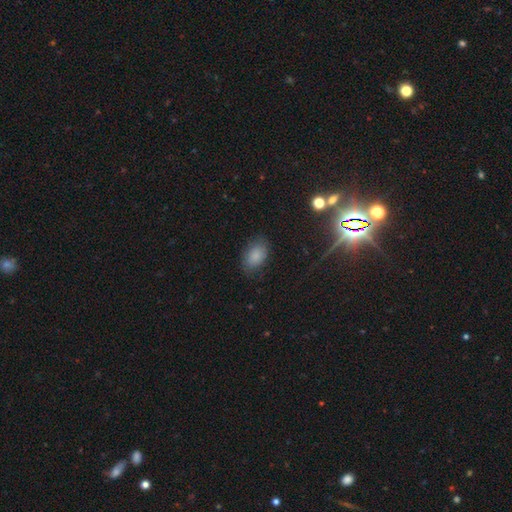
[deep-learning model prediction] The model was most divided on "merging": none: 78%, minor disturbance: 16%, major disturbance: 5%, merger: 1%. More confident: how rounded — in between (88%); smooth or featured — smooth (83%).